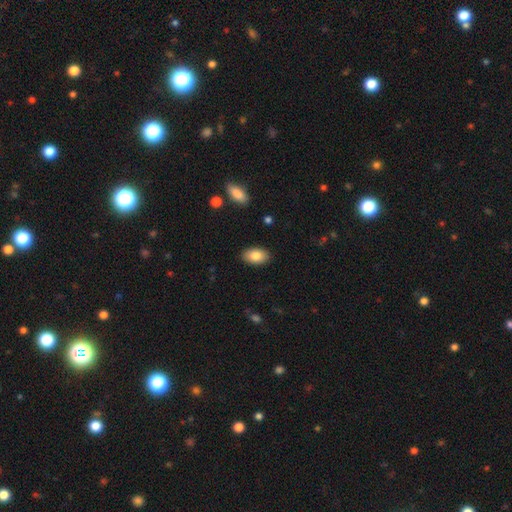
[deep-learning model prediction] A smooth galaxy with no disk features (83%) that is in between round and cigar-shaped (93%).

Vote fractions:
- Smooth or featured? smooth: 83% / featured or disk: 10% / star or artifact: 7%
- How rounded? in between: 93% / round: 6% / cigar-shaped: 1%
- Merging? none: 88% / minor disturbance: 8% / major disturbance: 2% / merger: 1%